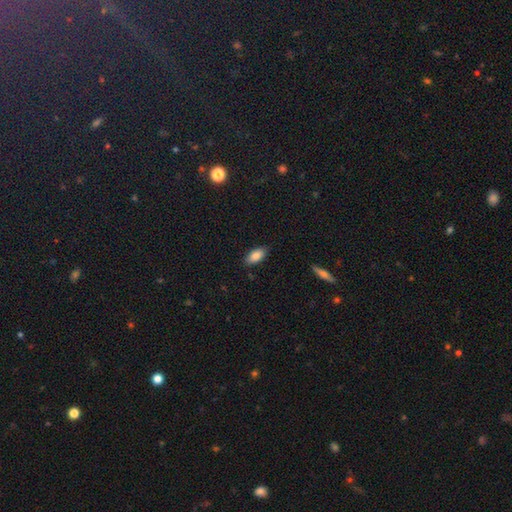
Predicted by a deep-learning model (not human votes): The model was most divided on "smooth or featured": smooth: 84%, featured or disk: 9%, star or artifact: 7%. More confident: how rounded — in between (88%); merging — none (86%).